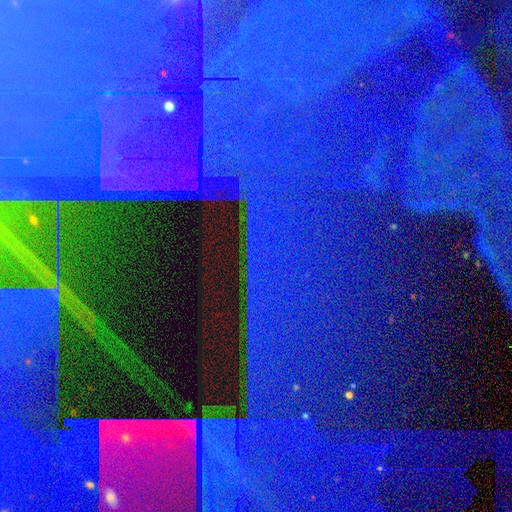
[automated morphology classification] Smooth or featured: star or artifact — 86% (featured or disk — 8%)